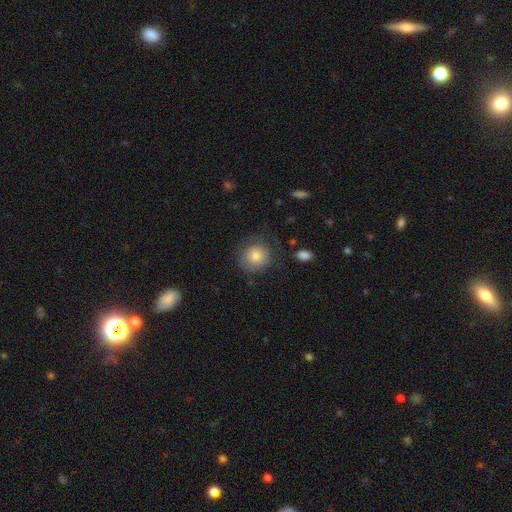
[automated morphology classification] Smooth or featured? Predicted: smooth (p=0.78). How rounded? Predicted: round (p=0.88). Merging? Predicted: none (p=0.74).